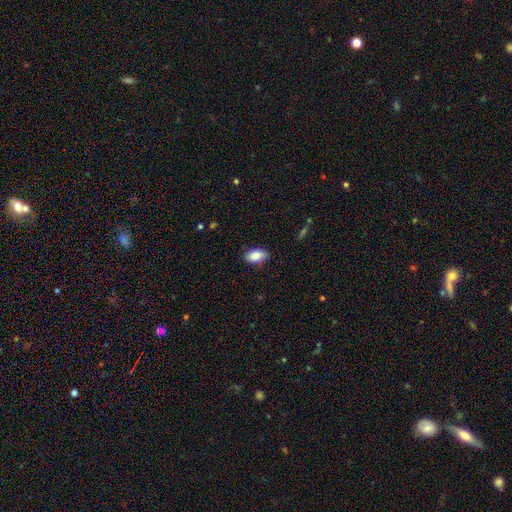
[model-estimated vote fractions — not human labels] Overall: smooth (87%). How rounded: in between (92%). Merging: none (85%).